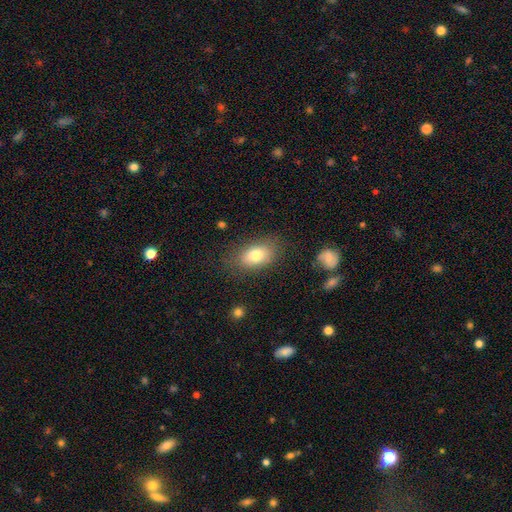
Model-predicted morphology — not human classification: Smooth or featured?
  - smooth: 77% *
  - featured or disk: 14%
  - star or artifact: 9%
How rounded?
  - in between: 85% *
  - round: 13%
  - cigar-shaped: 2%
Merging?
  - none: 78% *
  - minor disturbance: 15%
  - major disturbance: 6%
  - merger: 2%